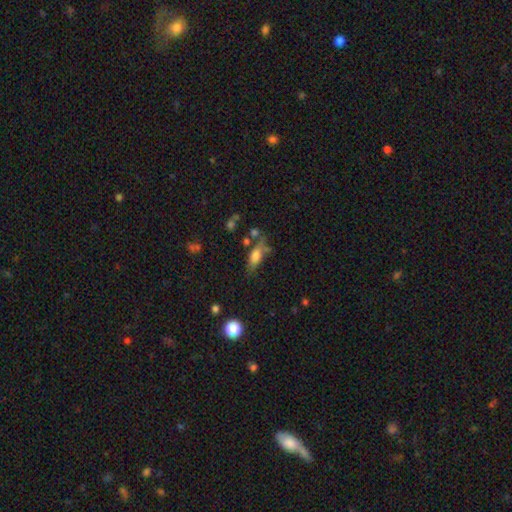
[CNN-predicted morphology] The model was most divided on "merging": none: 51%, minor disturbance: 24%, merger: 13%, major disturbance: 12%. More confident: how rounded — in between (72%); smooth or featured — smooth (67%).